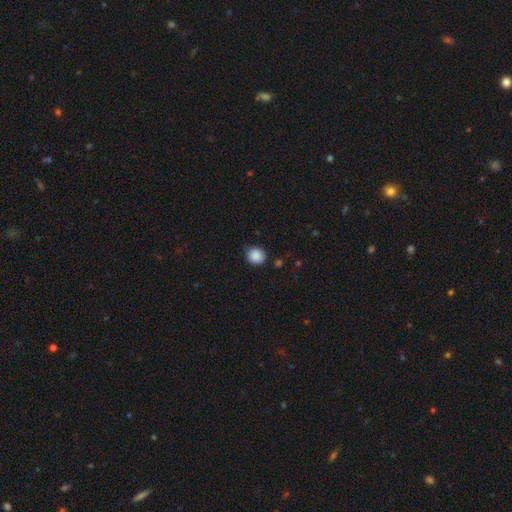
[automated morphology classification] This is clearly a smooth galaxy (88%). How rounded: clearly round (82%). Merging: likely none (77%).